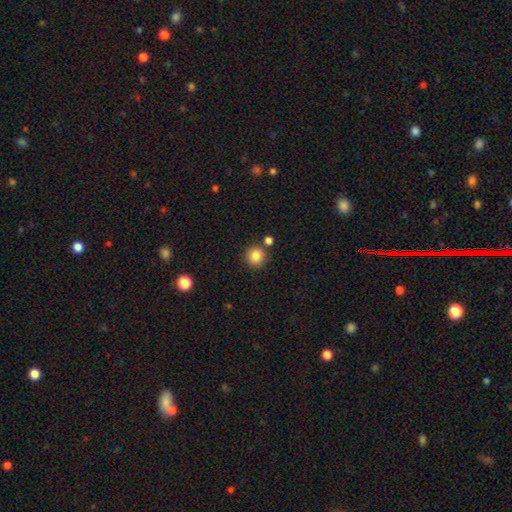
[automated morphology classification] smooth 85%, star or artifact 10%, featured or disk 5%. Down the decision tree: how rounded — round (87%); merging — none (77%).